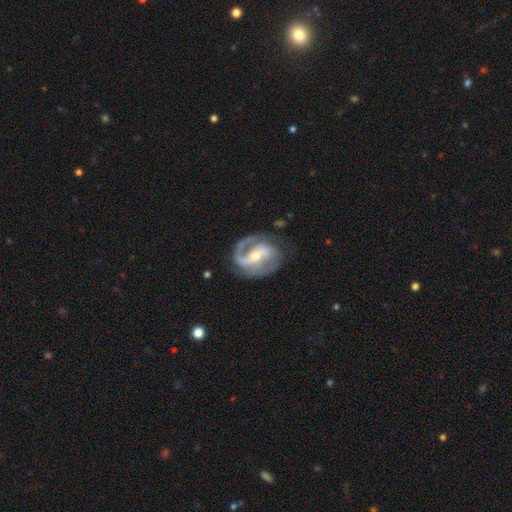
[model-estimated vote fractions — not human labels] smooth-or-featured: featured or disk: 90% | smooth: 6% | star or artifact: 4%
  disk-edge-on: no: 97% | yes: 3%
    bar: strong: 39% | weak: 37% | no: 24%
    has-spiral-arms: yes: 97% | no: 3%
      spiral-winding: medium: 52% | tight: 30% | loose: 19%
      spiral-arm-count: 2: 80% | 1: 10% | can't tell: 4% | 3: 3% | 4: 1% | more than 4: 1%
    bulge-size: small: 50% | moderate: 46% | large: 2% | none: 1% | dominant: 1%
  merging: none: 71% | minor disturbance: 18% | major disturbance: 10% | merger: 2%